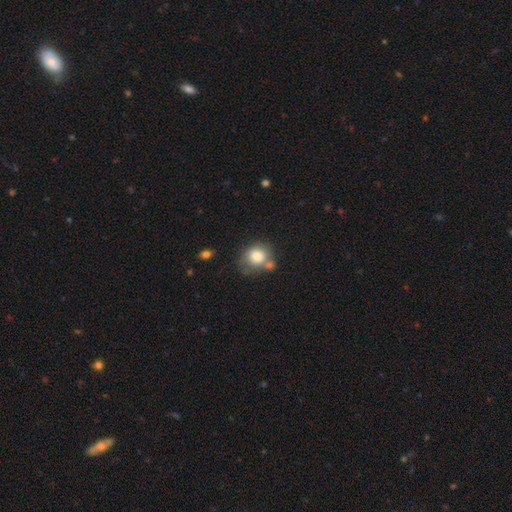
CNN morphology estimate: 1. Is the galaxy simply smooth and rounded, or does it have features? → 79% smooth, 12% featured or disk, 9% star or artifact.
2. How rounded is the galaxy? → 78% round, 21% in between, 1% cigar-shaped.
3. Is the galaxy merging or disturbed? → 49% none, 26% merger, 18% minor disturbance, 7% major disturbance.